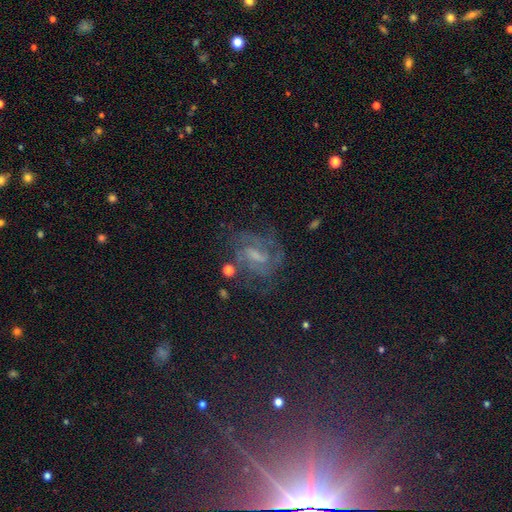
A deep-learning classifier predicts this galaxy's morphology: Smooth or featured?
  - featured or disk: 55% *
  - star or artifact: 28%
  - smooth: 17%
Edge-on disk?
  - no: 95% *
  - yes: 5%
Bar?
  - weak: 51% *
  - strong: 24%
  - no: 24%
Spiral arms?
  - yes: 85% *
  - no: 15%
Bulge size?
  - small: 41% *
  - moderate: 29%
  - none: 23%
  - large: 5%
  - dominant: 2%
Merging?
  - none: 62% *
  - minor disturbance: 19%
  - major disturbance: 15%
  - merger: 4%